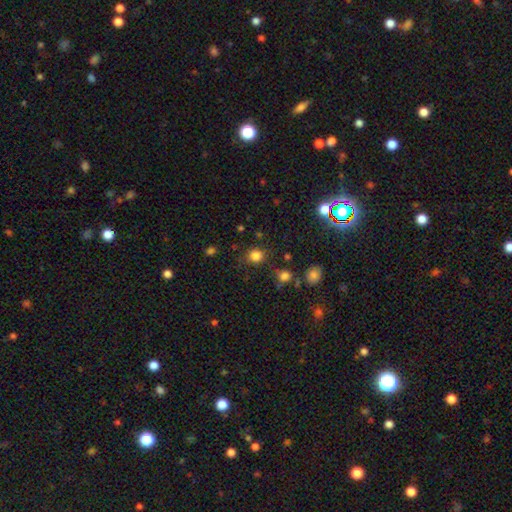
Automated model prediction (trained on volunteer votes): Smooth or featured? Predicted: smooth (p=0.82). How rounded? Predicted: round (p=0.86). Merging? Predicted: none (p=0.83).